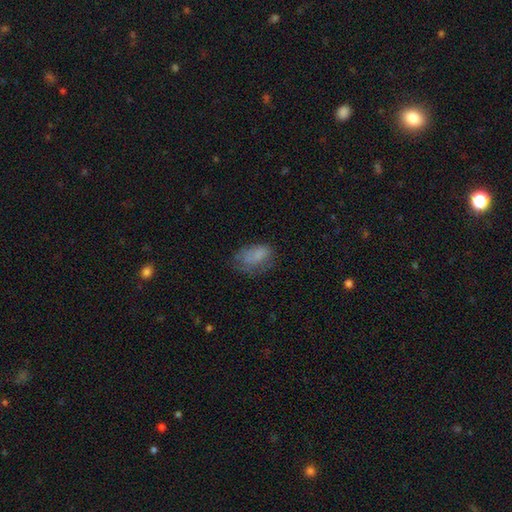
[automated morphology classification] Smooth or featured?
  - smooth: 69% *
  - featured or disk: 19%
  - star or artifact: 12%
How rounded?
  - in between: 87% *
  - round: 11%
  - cigar-shaped: 2%
Merging?
  - none: 46% *
  - minor disturbance: 29%
  - major disturbance: 23%
  - merger: 2%